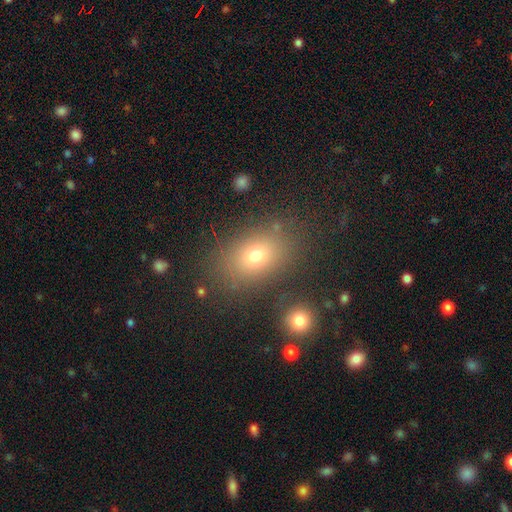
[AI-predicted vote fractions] The model was most divided on "smooth or featured": smooth: 70%, star or artifact: 17%, featured or disk: 13%. More confident: merging — none (82%); how rounded — in between (77%).